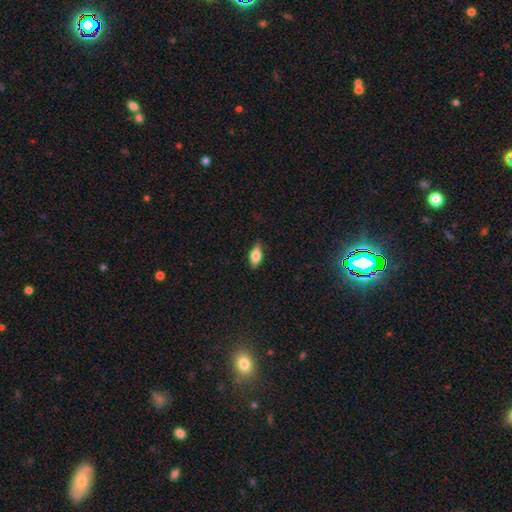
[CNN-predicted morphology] type=smooth (68%); roundness=in between (82%); merging=none (81%).